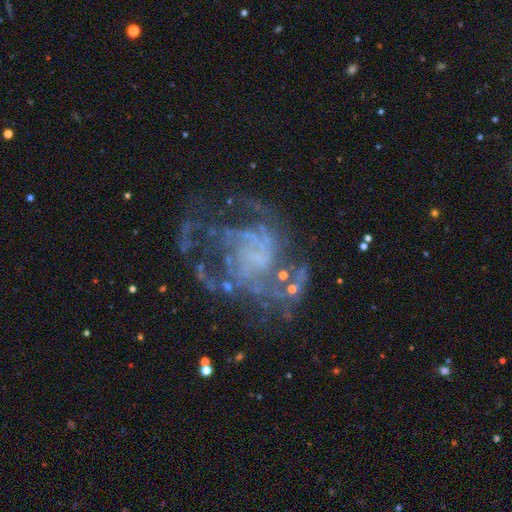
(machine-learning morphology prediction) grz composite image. It shows a featured or disk galaxy (80%) with no bar (72%), medium (40%) spiral arms (75%) and no central bulge (69%). Merging: none (43%).